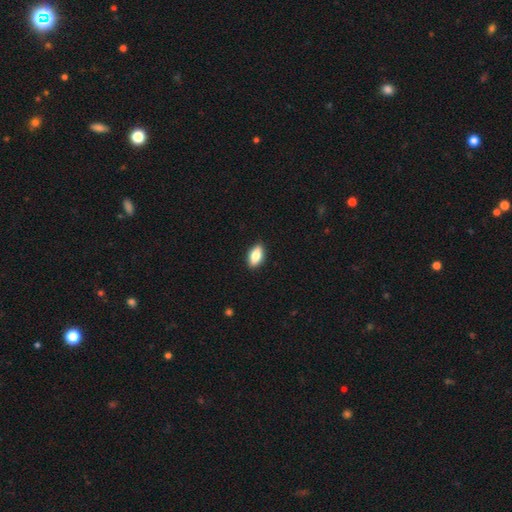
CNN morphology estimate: Overall: smooth (76%). How rounded: in between (87%). Merging: none (89%).